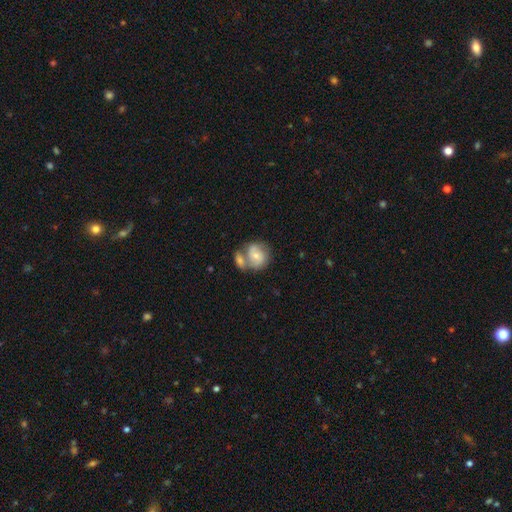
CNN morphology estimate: Smooth or featured? Predicted: featured or disk (p=0.53). Edge-on disk? Predicted: no (p=0.97). Bar? Predicted: no (p=0.66). Spiral arms? Predicted: yes (p=0.78). Bulge size? Predicted: small (p=0.51). Merging? Predicted: merger (p=0.51).